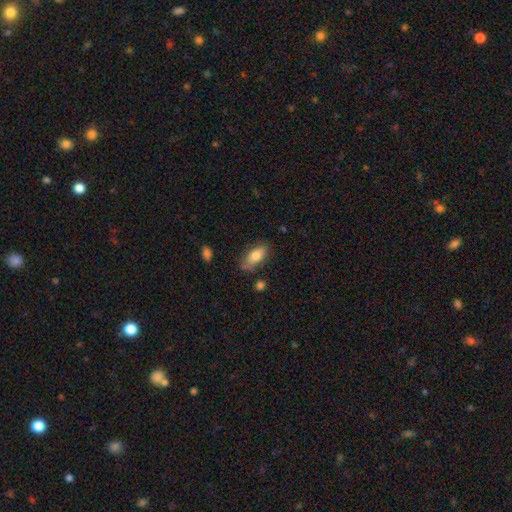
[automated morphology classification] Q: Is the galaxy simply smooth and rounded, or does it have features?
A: smooth — 75%.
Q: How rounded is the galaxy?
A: in between — 90%.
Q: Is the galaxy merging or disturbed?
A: none — 68%.